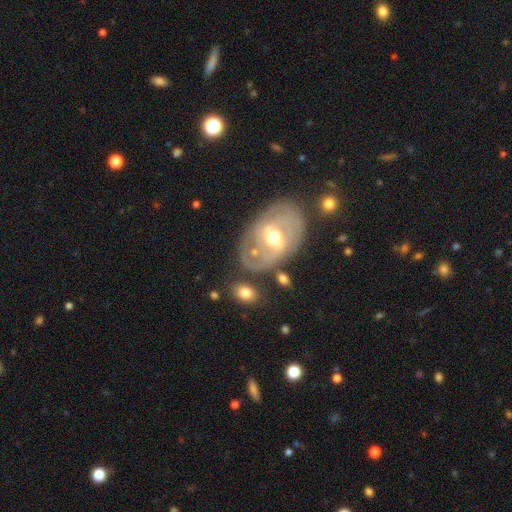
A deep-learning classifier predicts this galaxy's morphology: This appears to be a featured or disk galaxy (75%) with a weak bar (49%), spiral arms (68%) and a moderate central bulge (75%). Merging: none (64%).